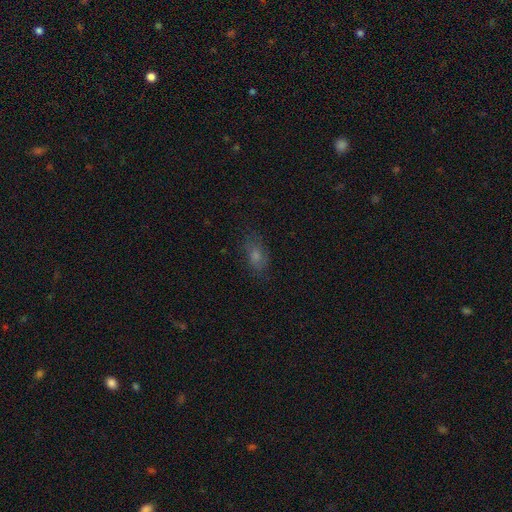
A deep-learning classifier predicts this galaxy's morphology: smooth 52%, star or artifact 25%, featured or disk 23%. Down the decision tree: how rounded — in between (77%); merging — none (79%).